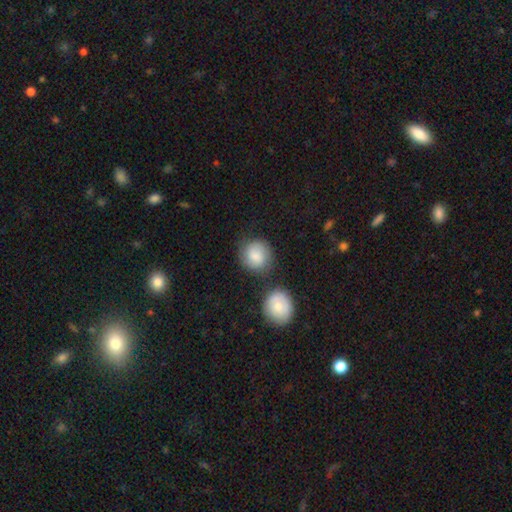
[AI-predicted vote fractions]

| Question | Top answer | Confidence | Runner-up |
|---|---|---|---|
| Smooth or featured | smooth | 77% | featured or disk (16%) |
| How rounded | round | 82% | in between (17%) |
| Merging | none | 67% | minor disturbance (17%) |